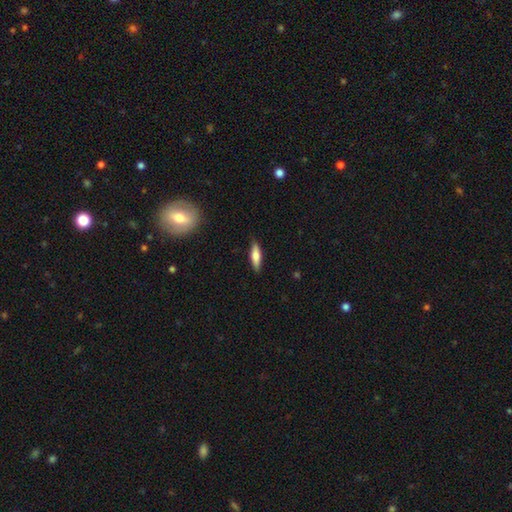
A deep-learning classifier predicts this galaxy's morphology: Q: Smooth or featured?
A: smooth (65%); runner-up: featured or disk (29%)
Q: How rounded?
A: cigar-shaped (61%); runner-up: in between (37%)
Q: Merging?
A: none (86%); runner-up: minor disturbance (11%)